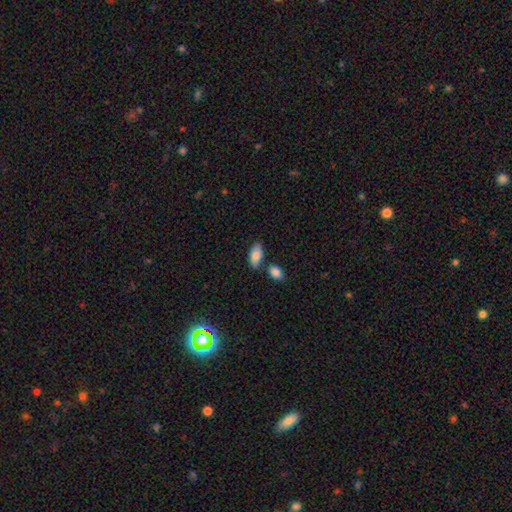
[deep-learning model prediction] This appears to be a smooth galaxy with no disk features (82%) that is in between round and cigar-shaped (91%). Merging: none (66%).